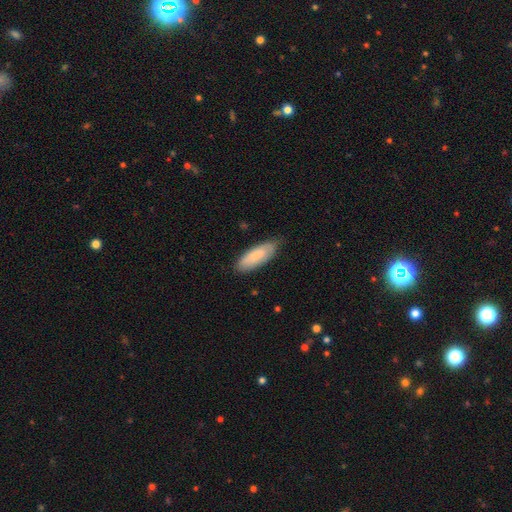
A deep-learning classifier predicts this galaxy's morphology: A smooth galaxy with no disk features (78%) that is in between round and cigar-shaped (69%).

Vote fractions:
- Smooth or featured? smooth: 78% / featured or disk: 16% / star or artifact: 5%
- How rounded? in between: 69% / cigar-shaped: 30% / round: 2%
- Merging? none: 74% / minor disturbance: 22% / major disturbance: 3% / merger: 1%